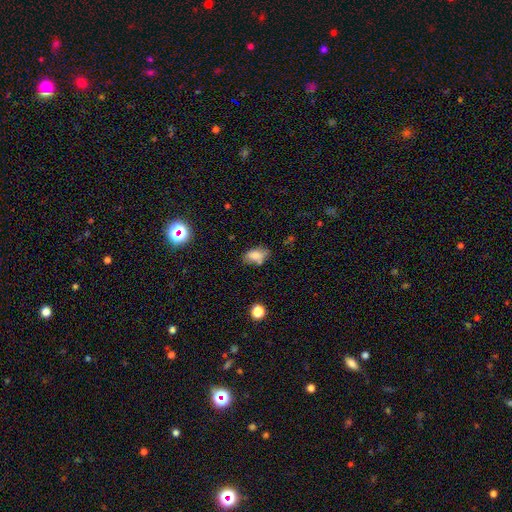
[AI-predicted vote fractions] A smooth galaxy with no disk features (75%) that is in between round and cigar-shaped (87%).

Vote fractions:
- Smooth or featured? smooth: 75% / featured or disk: 14% / star or artifact: 11%
- How rounded? in between: 87% / round: 10% / cigar-shaped: 3%
- Merging? none: 61% / minor disturbance: 24% / merger: 9% / major disturbance: 6%